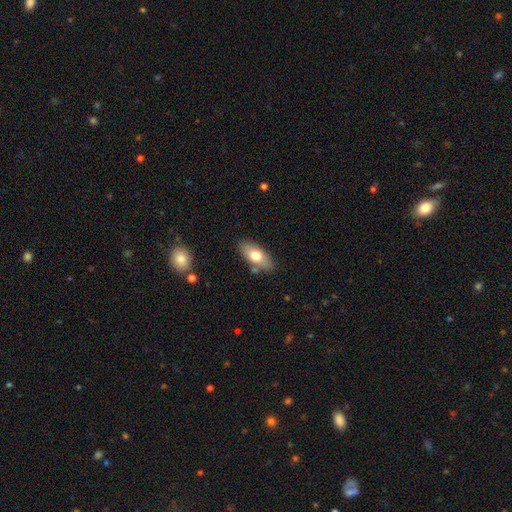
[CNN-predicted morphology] This is likely a smooth galaxy (71%). How rounded: clearly in between (87%). Merging: clearly none (80%).